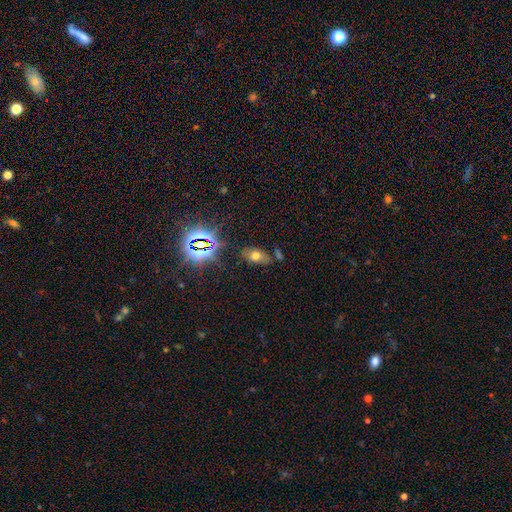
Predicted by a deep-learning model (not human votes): smooth 56%, star or artifact 27%, featured or disk 17%. Down the decision tree: how rounded — in between (85%); merging — none (71%).